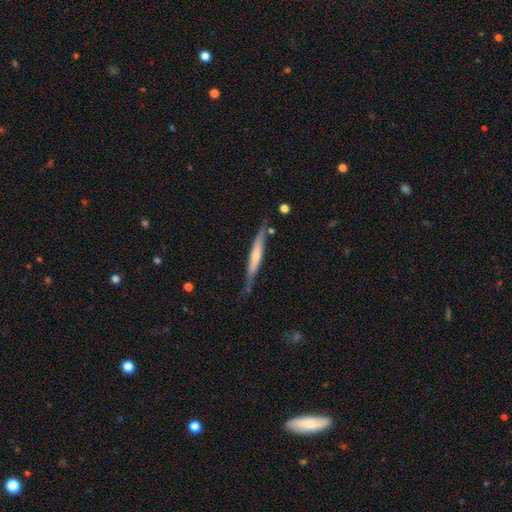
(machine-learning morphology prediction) Smooth or featured?
  - featured or disk: 51% *
  - smooth: 44%
  - star or artifact: 5%
Edge-on disk?
  - yes: 94% *
  - no: 6%
Merging?
  - none: 75% *
  - minor disturbance: 18%
  - merger: 4%
  - major disturbance: 3%